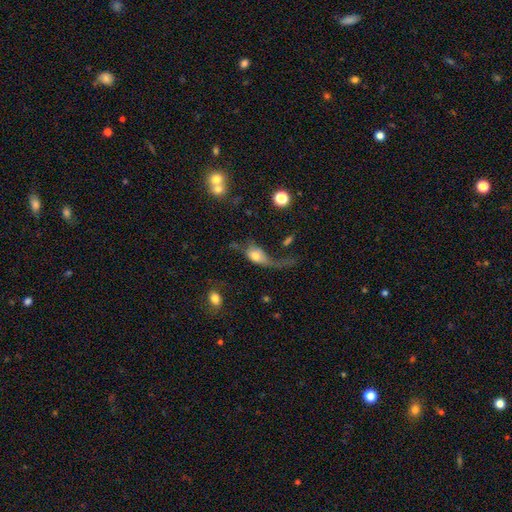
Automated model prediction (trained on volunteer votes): Q: Smooth or featured?
A: smooth (52%); runner-up: featured or disk (39%)
Q: How rounded?
A: in between (78%); runner-up: round (16%)
Q: Merging?
A: major disturbance (55%); runner-up: none (19%)